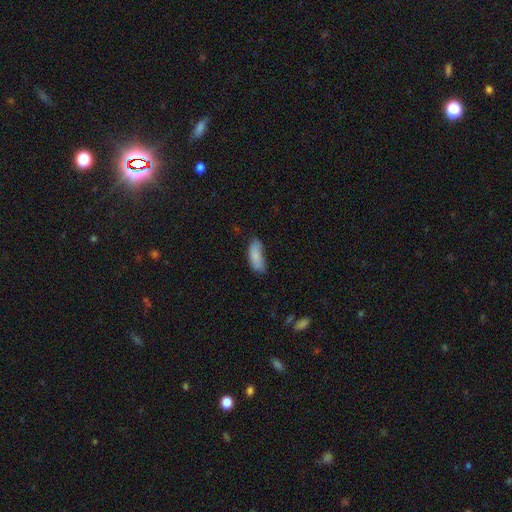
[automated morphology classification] The model was most divided on "merging": none: 60%, minor disturbance: 30%, major disturbance: 7%, merger: 3%. More confident: smooth or featured — smooth (85%); how rounded — in between (70%).